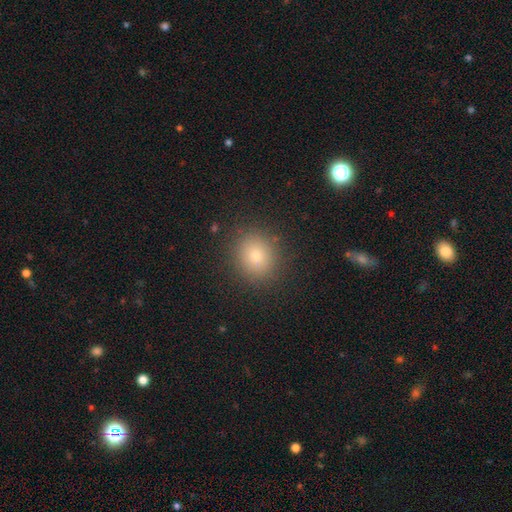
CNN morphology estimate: Q: Smooth or featured?
A: smooth (77%); runner-up: star or artifact (14%)
Q: How rounded?
A: round (77%); runner-up: in between (22%)
Q: Merging?
A: none (89%); runner-up: minor disturbance (7%)